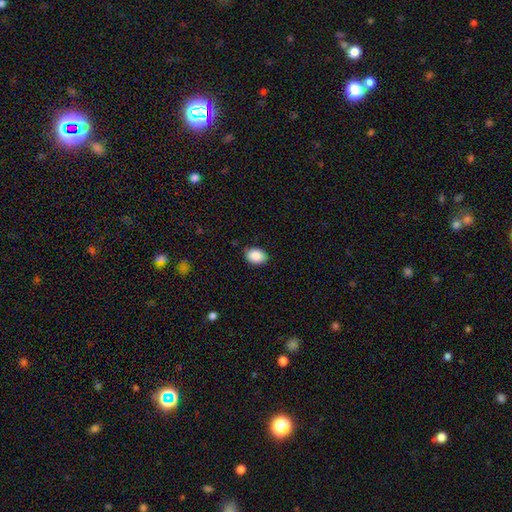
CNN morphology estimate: The model was most divided on "how rounded": in between: 77%, round: 22%, cigar-shaped: 1%. More confident: smooth or featured — smooth (90%); merging — none (82%).